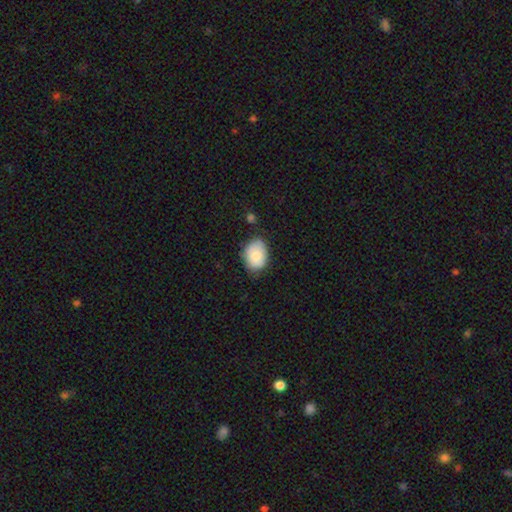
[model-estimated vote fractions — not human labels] A smooth galaxy with no disk features (79%) that is in between round and cigar-shaped (74%).

Vote fractions:
- Smooth or featured? smooth: 79% / featured or disk: 14% / star or artifact: 7%
- How rounded? in between: 74% / round: 25% / cigar-shaped: 1%
- Merging? none: 67% / minor disturbance: 26% / major disturbance: 5% / merger: 3%